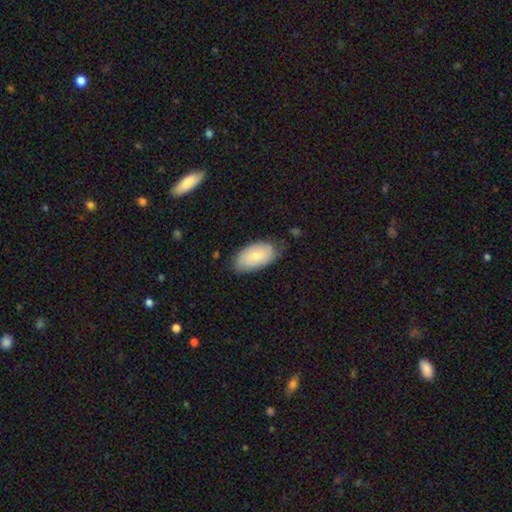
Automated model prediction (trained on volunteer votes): smooth 74%, featured or disk 20%, star or artifact 6%. Down the decision tree: how rounded — in between (95%); merging — none (73%).